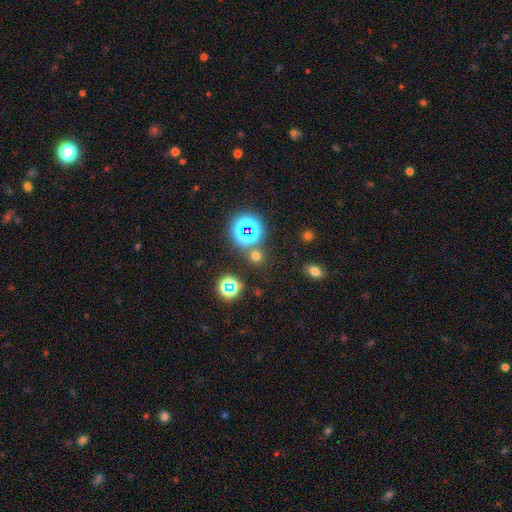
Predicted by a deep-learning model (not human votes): A smooth galaxy with no disk features (57%) that is round (89%). Merging: none (79%).